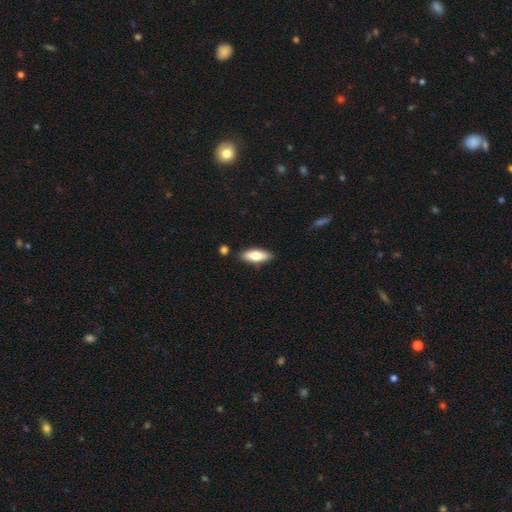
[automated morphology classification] A smooth galaxy with no disk features (74%) that is in between round and cigar-shaped (71%). Merging: none (85%).